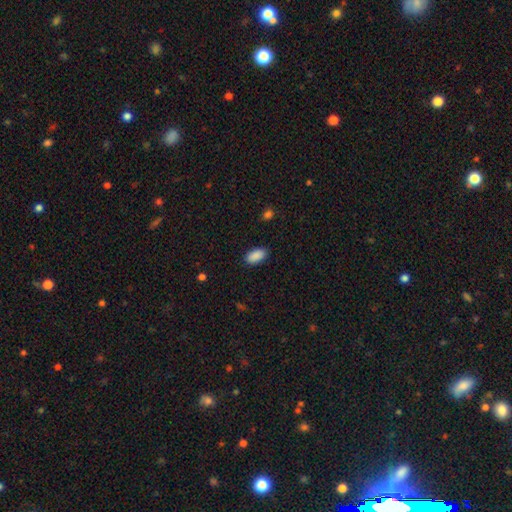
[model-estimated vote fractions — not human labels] Overall: smooth (90%). How rounded: in between (93%). Merging: none (87%).